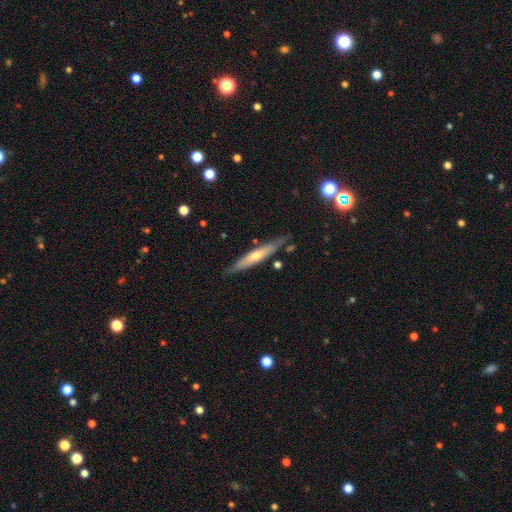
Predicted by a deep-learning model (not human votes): Smooth or featured?
  - featured or disk: 51% *
  - smooth: 43%
  - star or artifact: 6%
Edge-on disk?
  - yes: 89% *
  - no: 11%
Merging?
  - none: 80% *
  - minor disturbance: 14%
  - merger: 3%
  - major disturbance: 3%